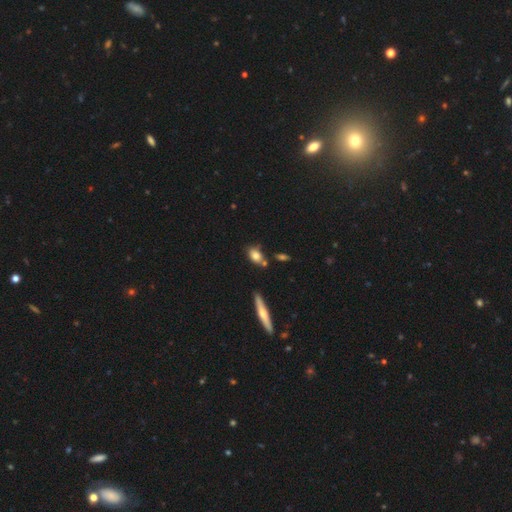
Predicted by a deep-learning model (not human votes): Smooth or featured? smooth (77%)
How rounded? in between (68%)
Merging? none (64%)